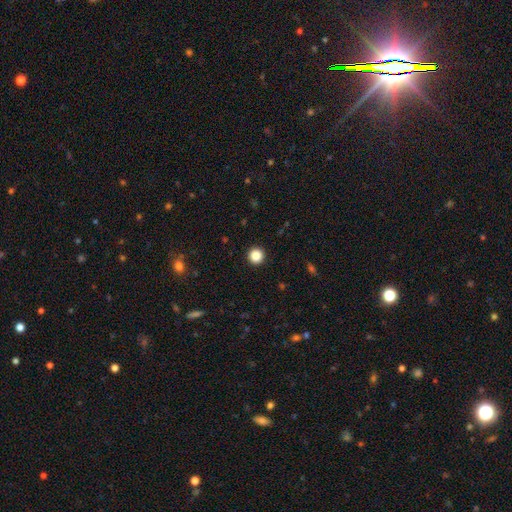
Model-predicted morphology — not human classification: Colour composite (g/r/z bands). It shows a smooth galaxy with no disk features (86%) that is round (96%). Merging: none (94%).